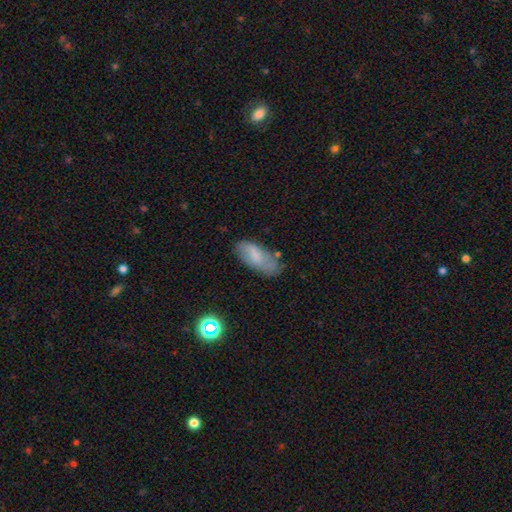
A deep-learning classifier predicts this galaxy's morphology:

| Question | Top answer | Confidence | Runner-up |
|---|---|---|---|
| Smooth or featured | smooth | 70% | featured or disk (22%) |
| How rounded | in between | 81% | cigar-shaped (17%) |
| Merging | none | 64% | minor disturbance (26%) |